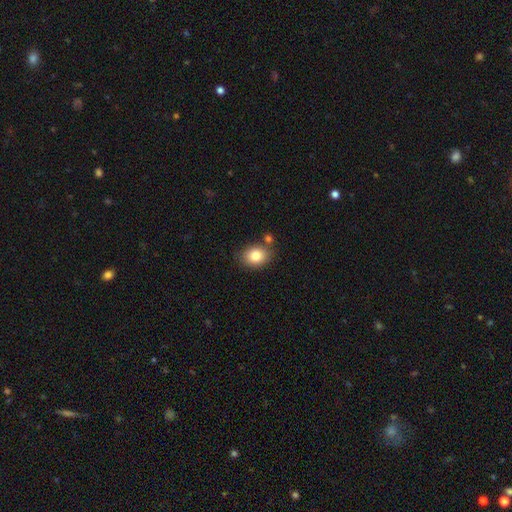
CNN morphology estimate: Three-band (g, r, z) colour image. It shows a smooth galaxy with no disk features (82%) that is in between round and cigar-shaped (59%). Merging: none (72%).